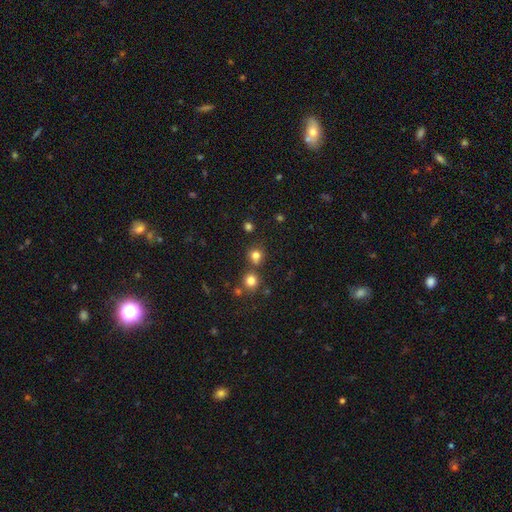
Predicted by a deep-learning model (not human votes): Overall: smooth (77%). How rounded: round (86%). Merging: none (68%).